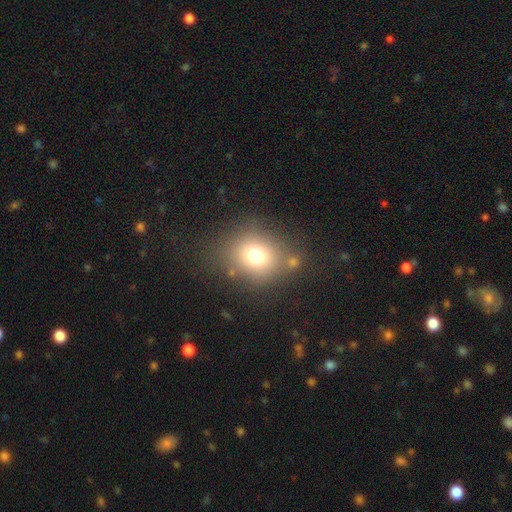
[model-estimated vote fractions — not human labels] The model was most divided on "how rounded": round: 72%, in between: 27%, cigar-shaped: 1%. More confident: smooth or featured — smooth (73%); merging — none (72%).